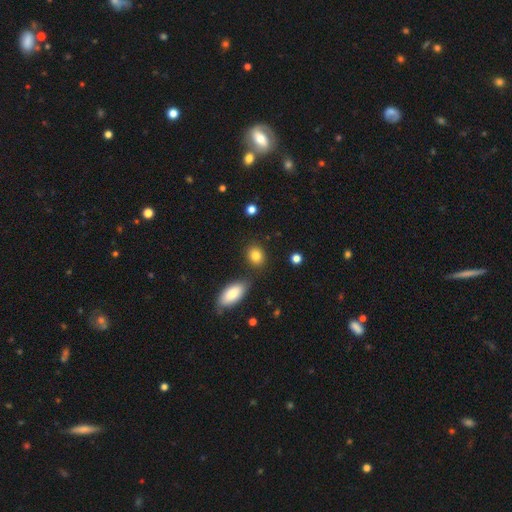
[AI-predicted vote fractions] Smooth or featured: smooth — 84% (star or artifact — 9%)
How rounded: round — 49% (tied with in between — 49%)
Merging: none — 78% (minor disturbance — 11%)